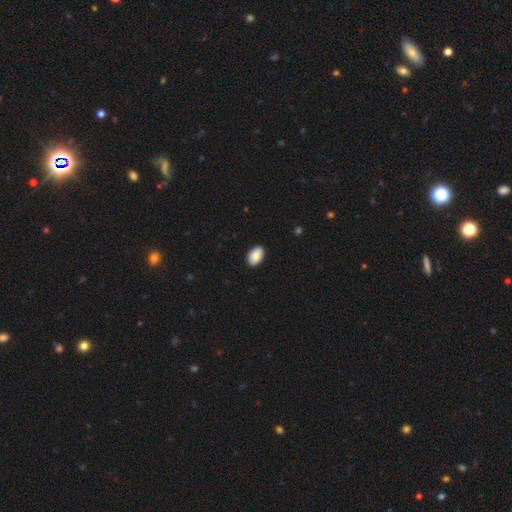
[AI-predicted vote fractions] Q: Smooth or featured?
A: smooth (89%); runner-up: star or artifact (6%)
Q: How rounded?
A: in between (92%); runner-up: round (7%)
Q: Merging?
A: none (88%); runner-up: minor disturbance (9%)